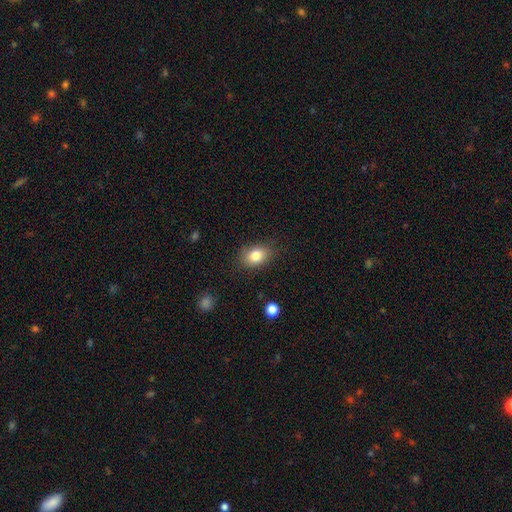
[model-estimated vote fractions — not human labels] Smooth or featured: smooth — 83% (star or artifact — 9%)
How rounded: in between — 76% (round — 23%)
Merging: none — 81% (minor disturbance — 14%)